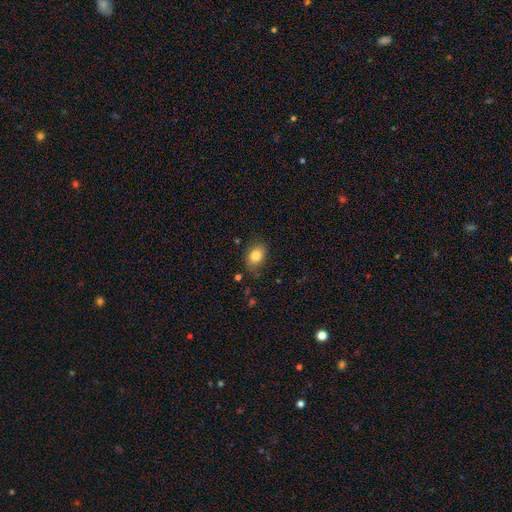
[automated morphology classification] This is clearly a smooth galaxy (83%). How rounded: likely in between (69%). Merging: likely none (76%).